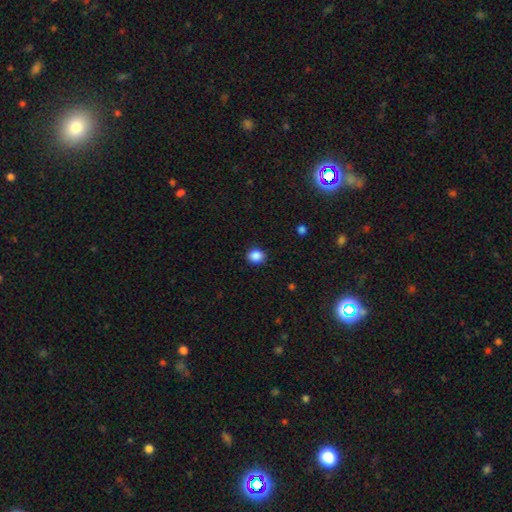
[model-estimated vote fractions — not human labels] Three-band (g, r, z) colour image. It shows a smooth galaxy with no disk features (88%) that is round (73%). Merging: none (88%).